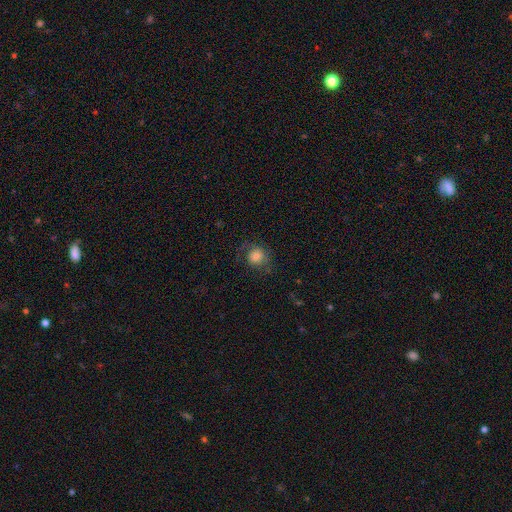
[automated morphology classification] A smooth galaxy with no disk features (73%) that is round (85%). Merging: none (67%).